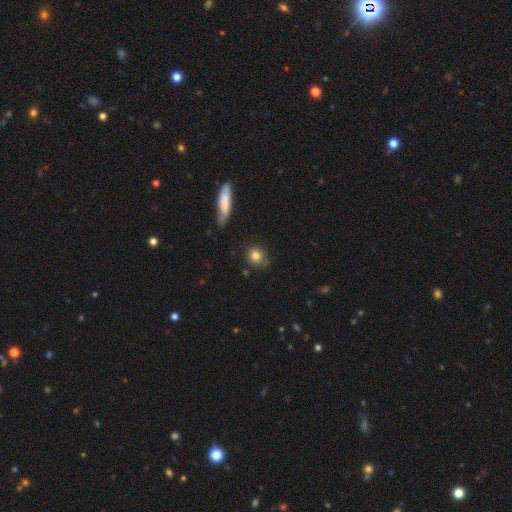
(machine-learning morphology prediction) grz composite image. It shows a smooth galaxy with no disk features (82%) that is round (72%). Merging: none (68%).